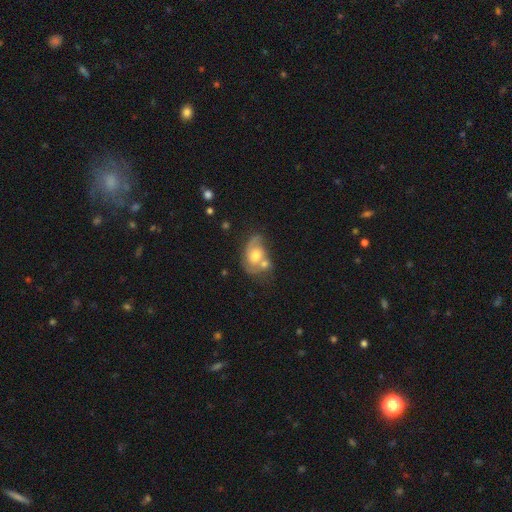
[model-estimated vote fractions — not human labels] Overall: featured or disk (57%; smooth 35%). Edge-on disk: no (96%). Bar: no (73%). Spiral arms: yes (76%). Bulge size: moderate (61%). Merging: merger (43%; none 26%).